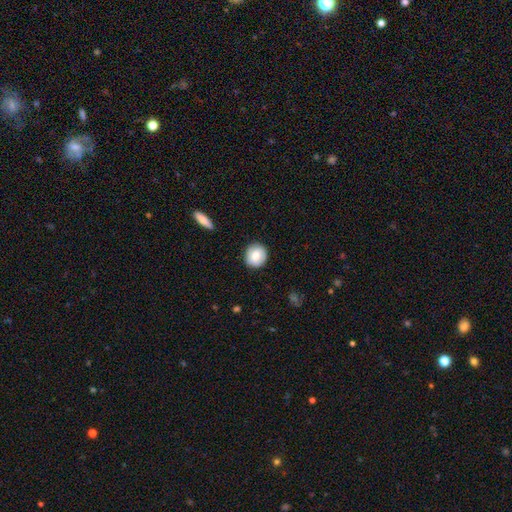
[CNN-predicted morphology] Smooth or featured: smooth — 74% (featured or disk — 18%)
How rounded: round — 89% (in between — 10%)
Merging: none — 87% (minor disturbance — 10%)